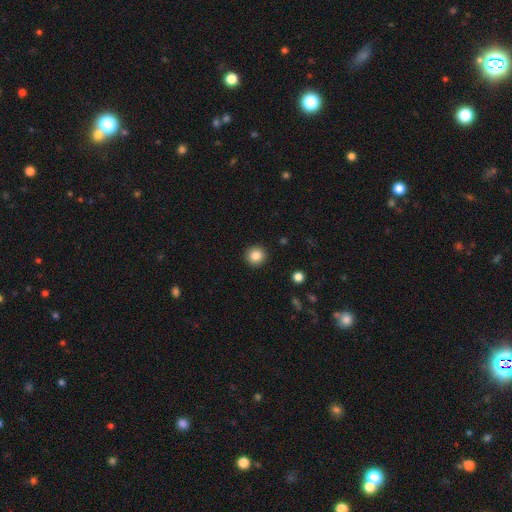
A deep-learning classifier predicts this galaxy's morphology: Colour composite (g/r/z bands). It shows a smooth galaxy with no disk features (85%) that is round (95%). Merging: none (93%).